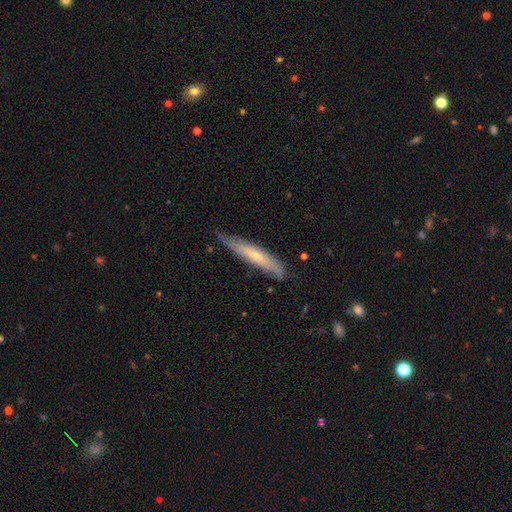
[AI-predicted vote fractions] Smooth or featured? featured or disk (48%)
Merging? none (70%)